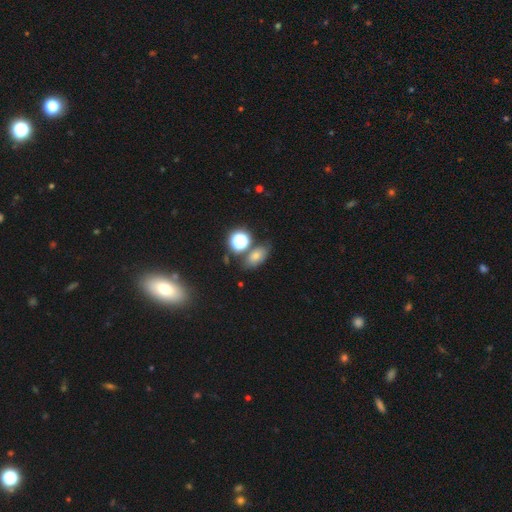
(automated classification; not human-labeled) Q: Smooth or featured?
A: smooth (55%); runner-up: star or artifact (30%)
Q: How rounded?
A: in between (72%); runner-up: round (24%)
Q: Merging?
A: none (71%); runner-up: minor disturbance (14%)